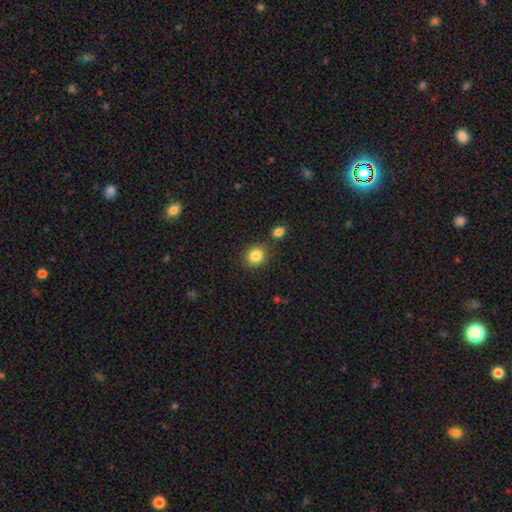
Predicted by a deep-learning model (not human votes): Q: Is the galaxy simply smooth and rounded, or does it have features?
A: smooth — 85%.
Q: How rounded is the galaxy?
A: round — 73%.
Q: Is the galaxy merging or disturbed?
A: none — 79%.